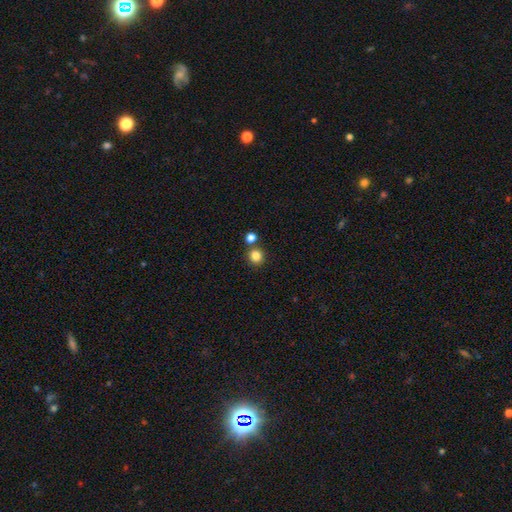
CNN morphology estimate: type=smooth (83%); roundness=round (91%); merging=none (75%).